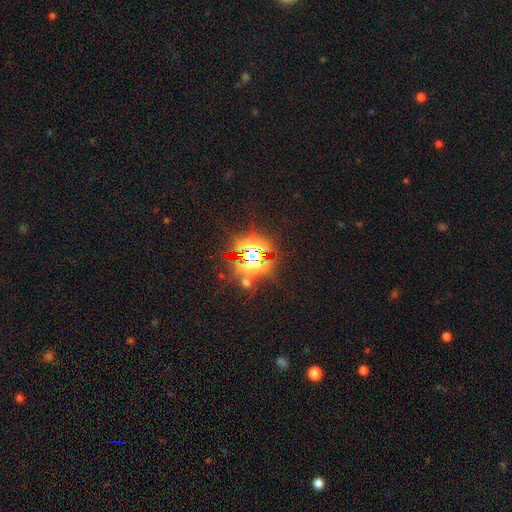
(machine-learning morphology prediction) type=star or artifact (82%).